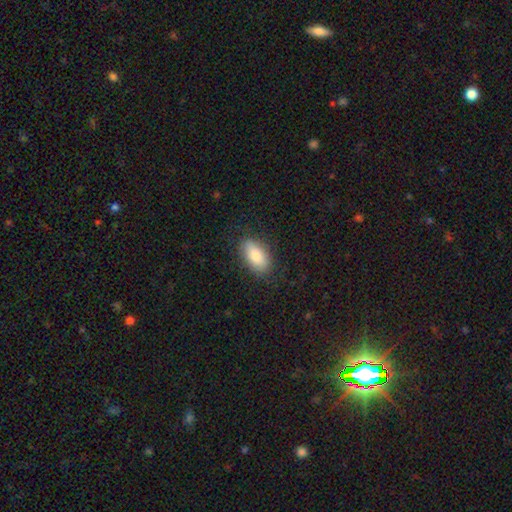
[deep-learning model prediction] smooth 86%, featured or disk 8%, star or artifact 6%. Down the decision tree: how rounded — in between (93%); merging — none (82%).